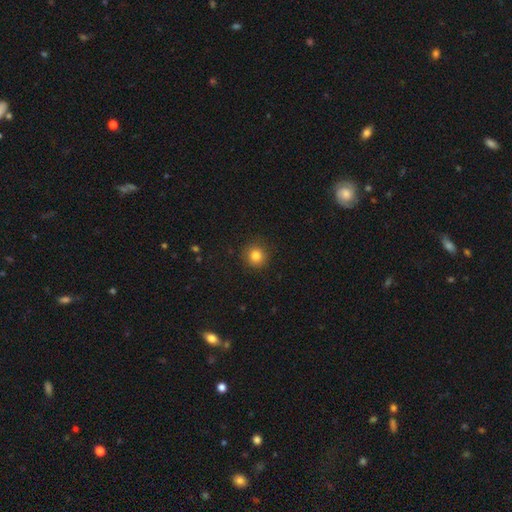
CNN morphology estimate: Overall: smooth (82%). How rounded: round (93%). Merging: none (90%).